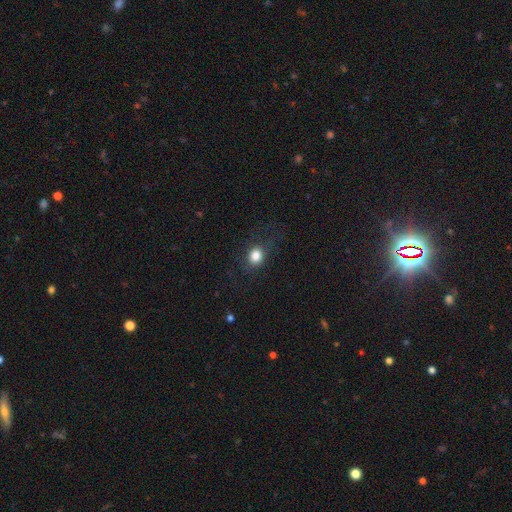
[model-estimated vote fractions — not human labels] This appears to be a smooth galaxy with no disk features (82%) that is round (69%). Merging: none (78%).